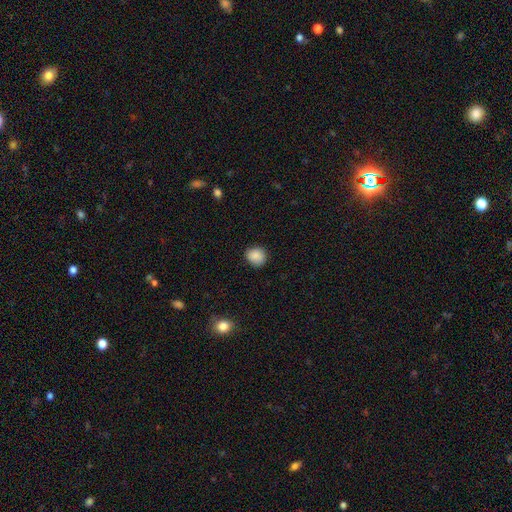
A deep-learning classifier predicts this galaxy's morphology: This is clearly a smooth galaxy (88%). How rounded: likely round (79%). Merging: clearly none (85%).